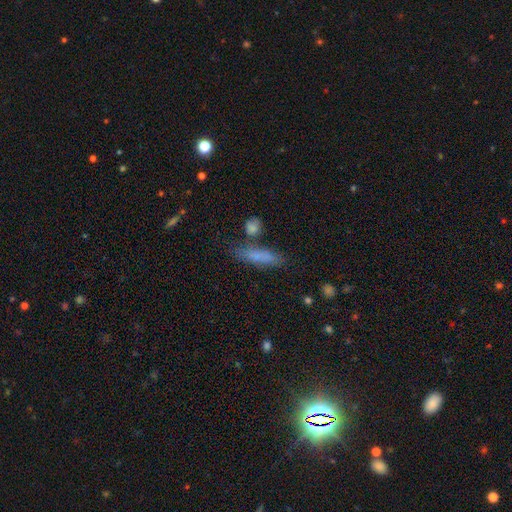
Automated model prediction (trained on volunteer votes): Smooth or featured: smooth — 68% (featured or disk — 22%)
How rounded: cigar-shaped — 72% (in between — 24%)
Merging: none — 72% (minor disturbance — 15%)